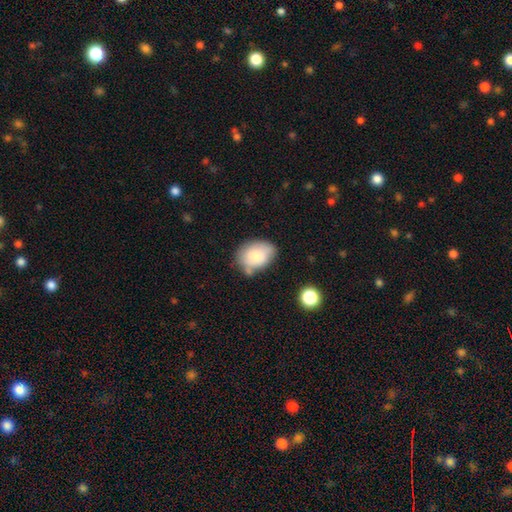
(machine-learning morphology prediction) Smooth or featured? Predicted: smooth (p=0.76). How rounded? Predicted: in between (p=0.74). Merging? Predicted: none (p=0.58).